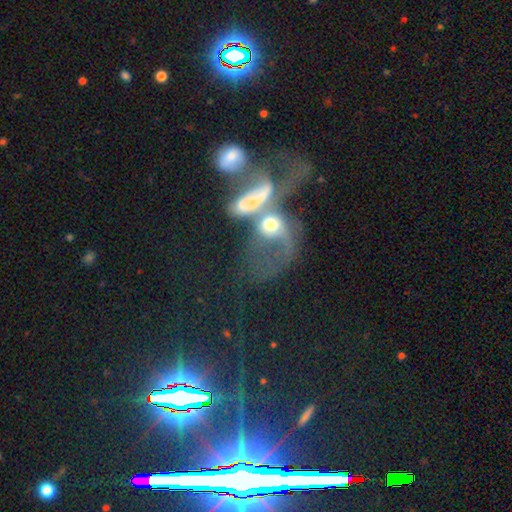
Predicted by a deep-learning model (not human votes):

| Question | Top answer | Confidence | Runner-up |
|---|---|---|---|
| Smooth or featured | featured or disk | 51% | star or artifact (27%) |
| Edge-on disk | no | 86% | yes (14%) |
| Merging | merger | 66% | major disturbance (17%) |